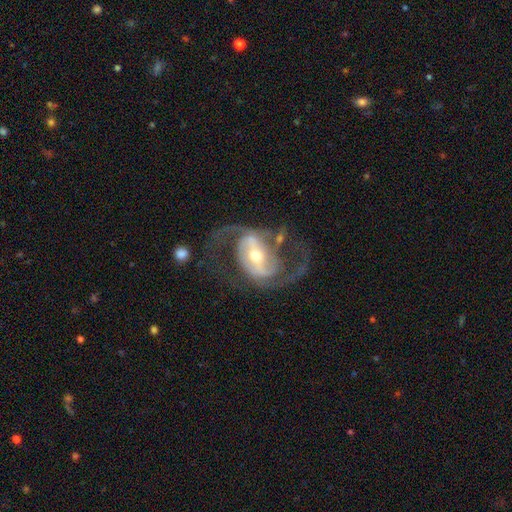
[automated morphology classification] Smooth or featured? Predicted: featured or disk (p=0.89). Edge-on disk? Predicted: no (p=0.97). Bar? Predicted: strong (p=0.51). Spiral arms? Predicted: yes (p=0.94). Spiral winding? Predicted: medium (p=0.53). Spiral arm count? Predicted: 2 (p=0.89). Bulge size? Predicted: moderate (p=0.54). Merging? Predicted: none (p=0.62).